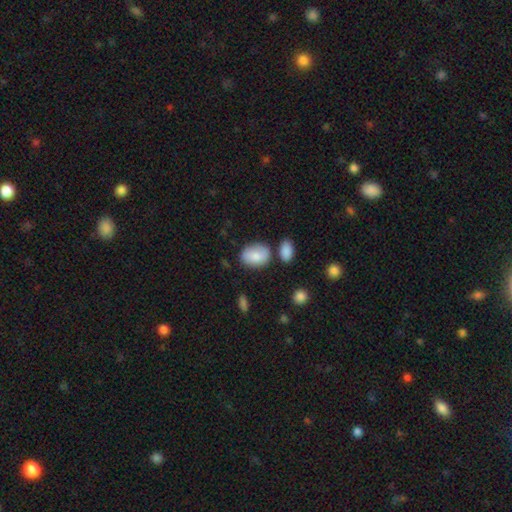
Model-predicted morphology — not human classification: A smooth galaxy with no disk features (82%) that is in between round and cigar-shaped (71%).

Vote fractions:
- Smooth or featured? smooth: 82% / featured or disk: 10% / star or artifact: 7%
- How rounded? in between: 71% / round: 28% / cigar-shaped: 1%
- Merging? none: 69% / minor disturbance: 17% / merger: 9% / major disturbance: 4%